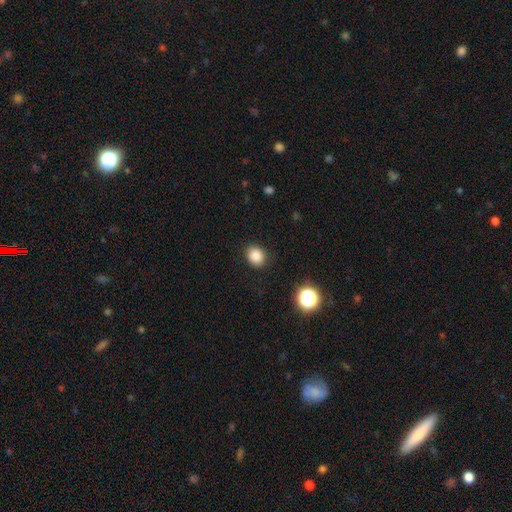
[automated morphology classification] type=smooth (86%); roundness=round (62%); merging=none (86%).